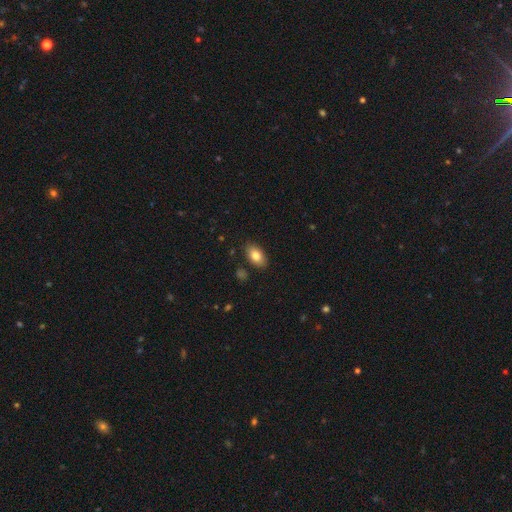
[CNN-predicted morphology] Smooth or featured? smooth (82%)
How rounded? in between (92%)
Merging? none (87%)